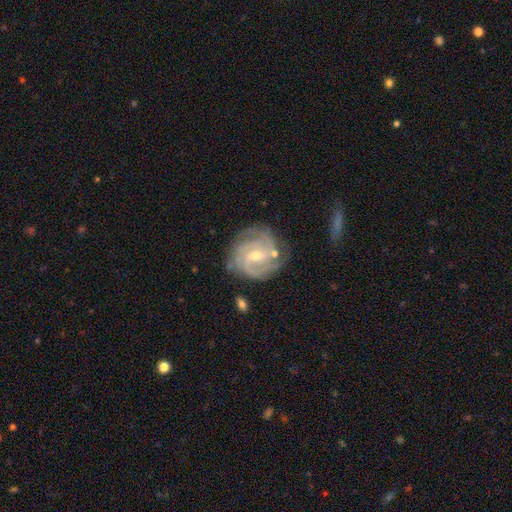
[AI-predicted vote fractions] Morphology: type=featured or disk (89%); edge-on=no (98%); bar=weak (51%); spiral arms=yes (98%); winding=tight (64%); arm count=3 (35%); bulge=small (54%); merging=none (72%).